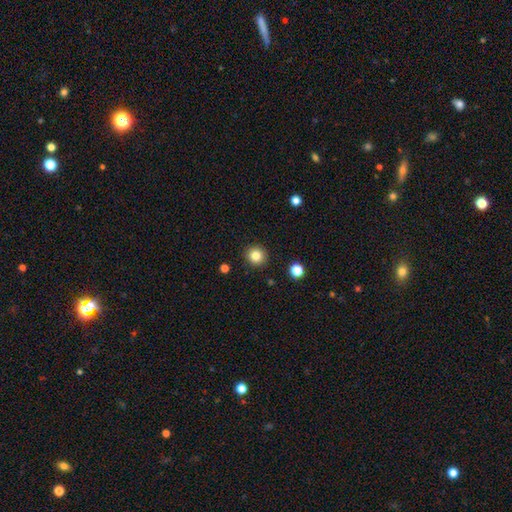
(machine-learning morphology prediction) smooth-or-featured: smooth: 83% | star or artifact: 12% | featured or disk: 6%
  how-rounded: round: 93% | in between: 6% | cigar-shaped: 1%
  merging: none: 92% | minor disturbance: 5% | major disturbance: 2% | merger: 1%